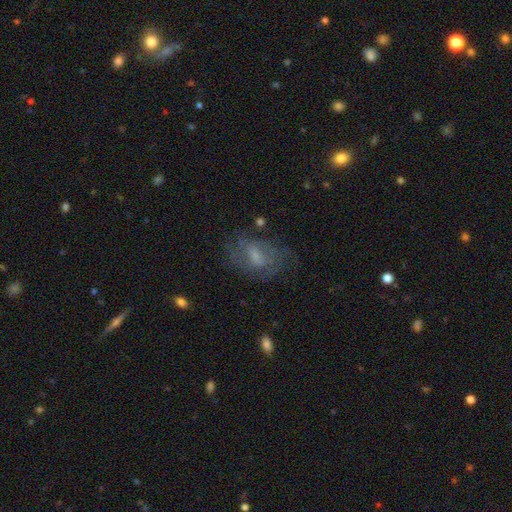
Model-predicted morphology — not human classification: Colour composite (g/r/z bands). It shows a featured or disk galaxy (52%). Merging: none (63%).